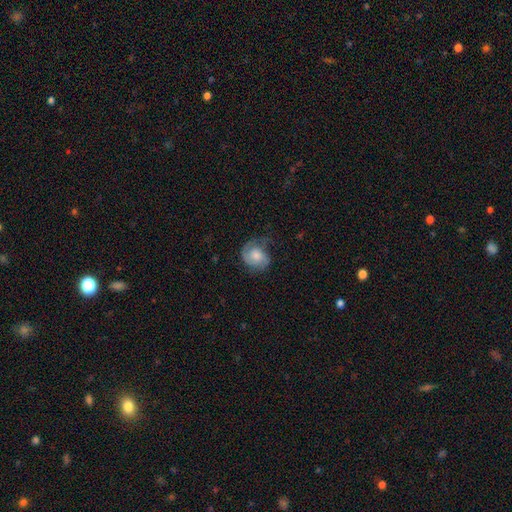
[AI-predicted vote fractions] smooth-or-featured: featured or disk: 58% | smooth: 35% | star or artifact: 7%
  disk-edge-on: no: 97% | yes: 3%
    bar: no: 73% | weak: 23% | strong: 4%
    has-spiral-arms: yes: 90% | no: 10%
      spiral-winding: medium: 40% | tight: 39% | loose: 21%
      spiral-arm-count: 2: 56% | 1: 22% | can't tell: 13% | 3: 5% | 4: 2% | more than 4: 2%
    bulge-size: moderate: 45% | small: 31% | large: 14% | none: 8% | dominant: 3%
  merging: none: 51% | minor disturbance: 27% | major disturbance: 20% | merger: 1%